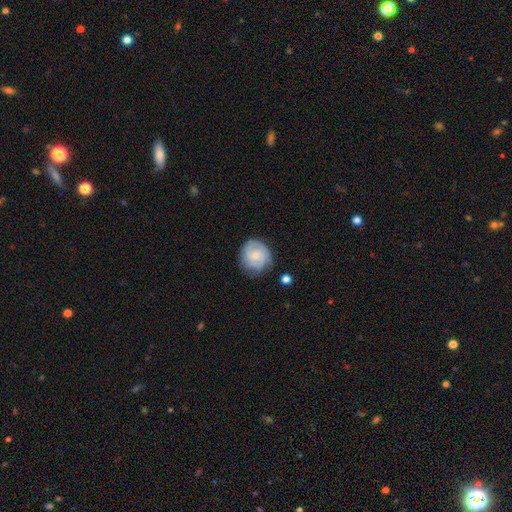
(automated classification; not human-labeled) Overall: featured or disk (56%; smooth 38%). Edge-on disk: no (98%). Bar: no (64%; weak 31%). Spiral arms: yes (86%). Bulge size: small (46%; moderate 31%). Merging: none (72%).